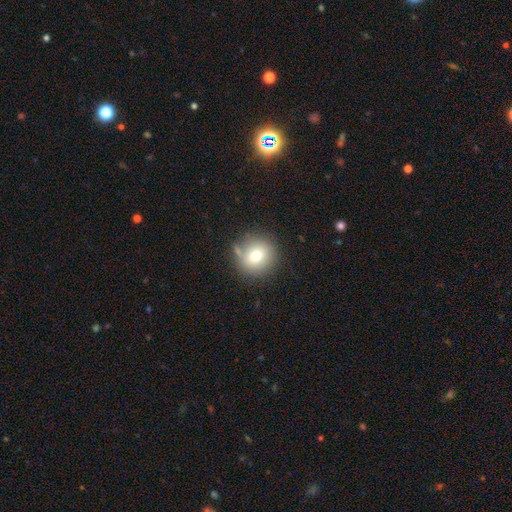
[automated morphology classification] The model was most divided on "smooth or featured": smooth: 75%, featured or disk: 13%, star or artifact: 12%. More confident: how rounded — round (91%); merging — none (77%).